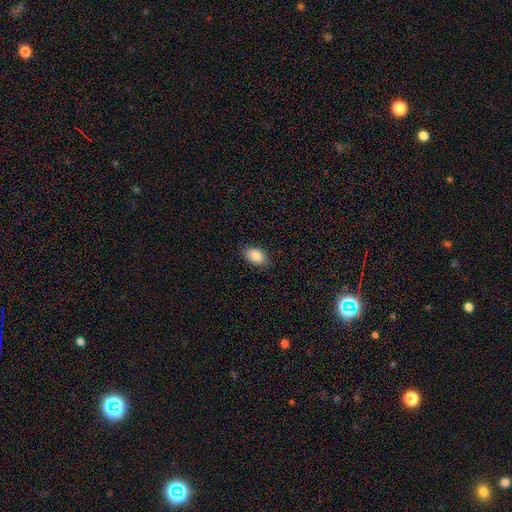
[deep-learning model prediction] smooth_or_featured: smooth (p=0.89) [alt: star or artifact p=0.07]
how_rounded: in between (p=0.88) [alt: round p=0.11]
merging: none (p=0.85) [alt: minor disturbance p=0.11]